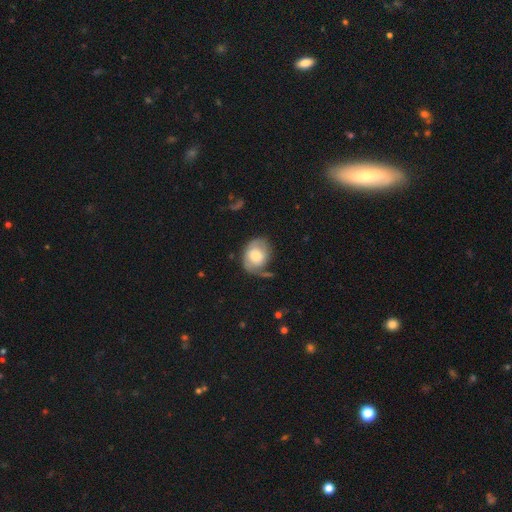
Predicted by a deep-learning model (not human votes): smooth-or-featured: featured or disk: 51% | smooth: 42% | star or artifact: 7%
  disk-edge-on: no: 97% | yes: 3%
  merging: none: 50% | minor disturbance: 27% | major disturbance: 18% | merger: 5%